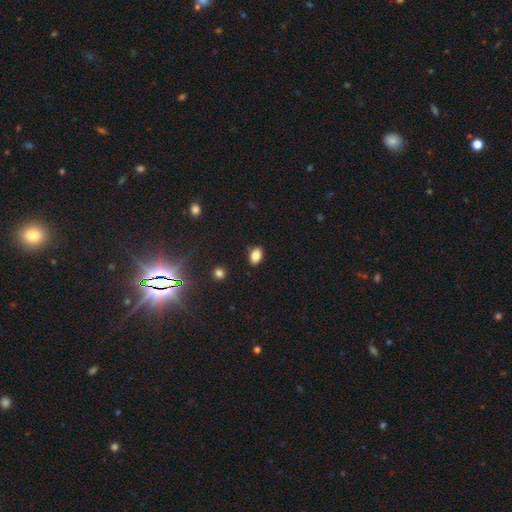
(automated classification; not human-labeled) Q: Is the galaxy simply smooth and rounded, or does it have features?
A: smooth — 83%.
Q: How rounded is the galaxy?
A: in between — 83%.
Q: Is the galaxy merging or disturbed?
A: none — 87%.